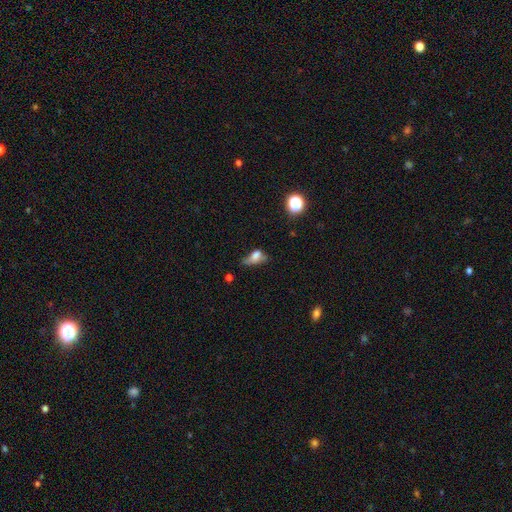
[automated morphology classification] Smooth or featured: smooth — 64% (featured or disk — 23%)
How rounded: in between — 80% (round — 12%)
Merging: minor disturbance — 35% (major disturbance — 31%)